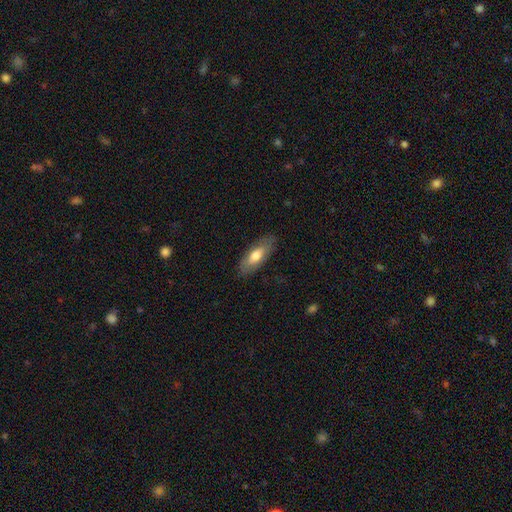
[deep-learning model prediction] Smooth or featured: smooth — 65% (featured or disk — 29%)
How rounded: in between — 69% (cigar-shaped — 28%)
Merging: none — 83% (minor disturbance — 13%)